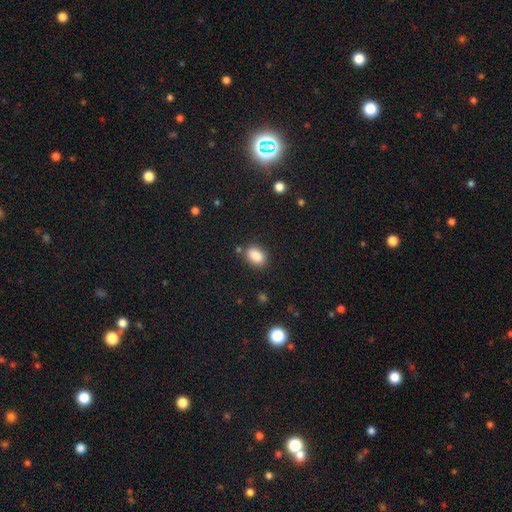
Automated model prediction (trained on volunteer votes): This is clearly a smooth galaxy (87%). How rounded: clearly in between (84%). Merging: clearly none (81%).